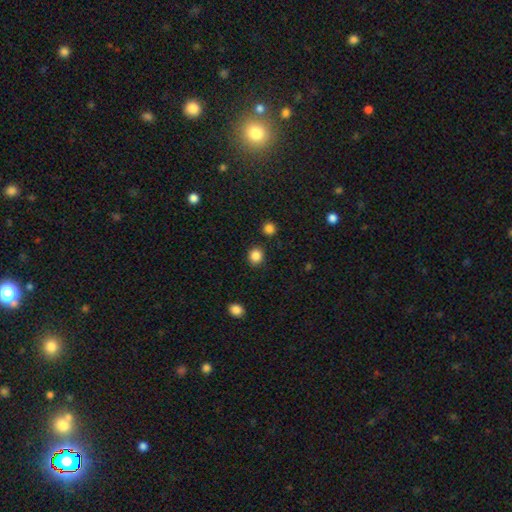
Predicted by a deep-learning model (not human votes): The model was most divided on "how rounded": round: 86%, in between: 13%, cigar-shaped: 1%. More confident: merging — none (88%); smooth or featured — smooth (86%).